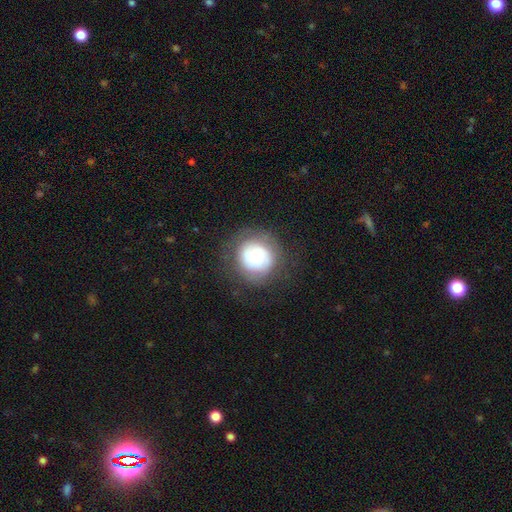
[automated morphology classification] featured or disk 46% (tied), smooth 46% (tied), star or artifact 8%. Down the decision tree: merging — none (77%).